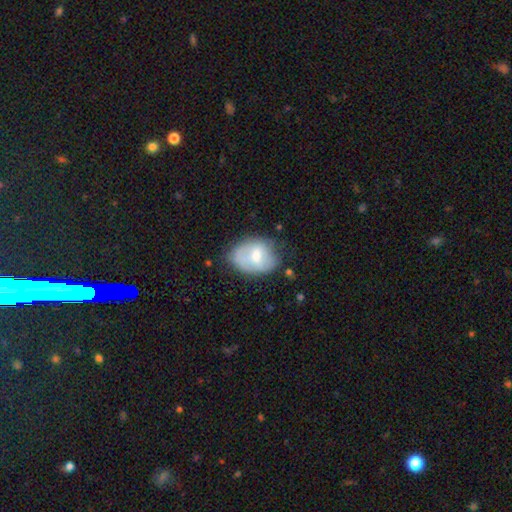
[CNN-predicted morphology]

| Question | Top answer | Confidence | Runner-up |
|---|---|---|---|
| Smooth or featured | smooth | 60% | featured or disk (33%) |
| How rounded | in between | 76% | round (23%) |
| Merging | none | 50% | minor disturbance (34%) |